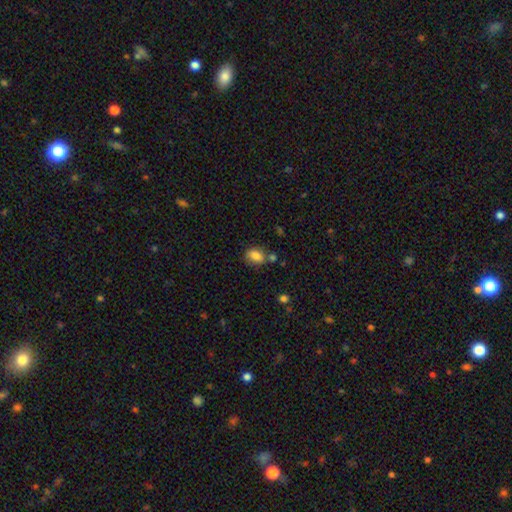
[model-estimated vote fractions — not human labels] smooth-or-featured: smooth: 82% | star or artifact: 9% | featured or disk: 8%
  how-rounded: in between: 74% | round: 24% | cigar-shaped: 2%
  merging: none: 61% | minor disturbance: 20% | merger: 14% | major disturbance: 6%